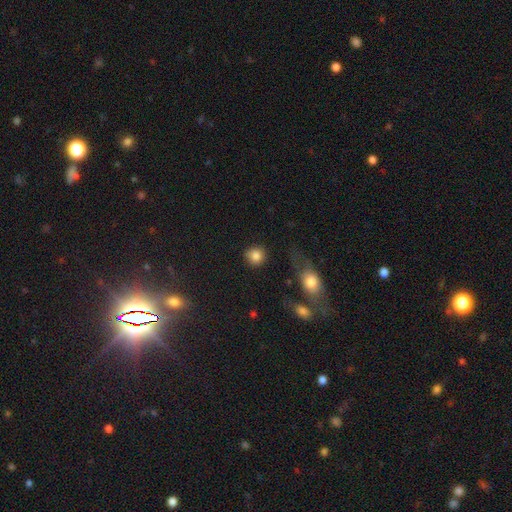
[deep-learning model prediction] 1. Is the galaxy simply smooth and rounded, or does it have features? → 84% smooth, 9% star or artifact, 7% featured or disk.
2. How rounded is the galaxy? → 89% round, 9% in between, 1% cigar-shaped.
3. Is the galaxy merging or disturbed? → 82% none, 11% minor disturbance, 4% major disturbance, 3% merger.